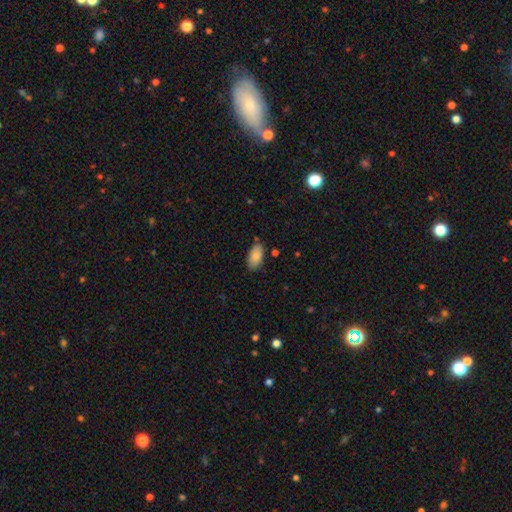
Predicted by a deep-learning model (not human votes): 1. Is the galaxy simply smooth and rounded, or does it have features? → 86% smooth, 7% featured or disk, 7% star or artifact.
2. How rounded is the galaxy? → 94% in between, 3% cigar-shaped, 3% round.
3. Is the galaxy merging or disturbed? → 81% none, 14% minor disturbance, 3% major disturbance, 2% merger.